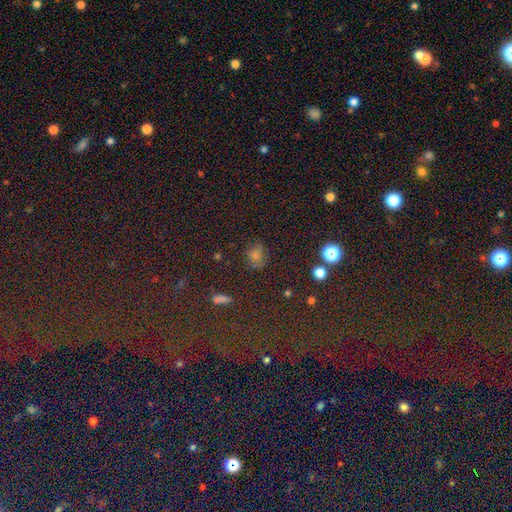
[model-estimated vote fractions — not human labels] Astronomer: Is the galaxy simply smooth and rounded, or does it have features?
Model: smooth — 66%.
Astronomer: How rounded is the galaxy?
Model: round — 57% (runner-up: in between, 41%).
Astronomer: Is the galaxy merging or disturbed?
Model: none — 67%.